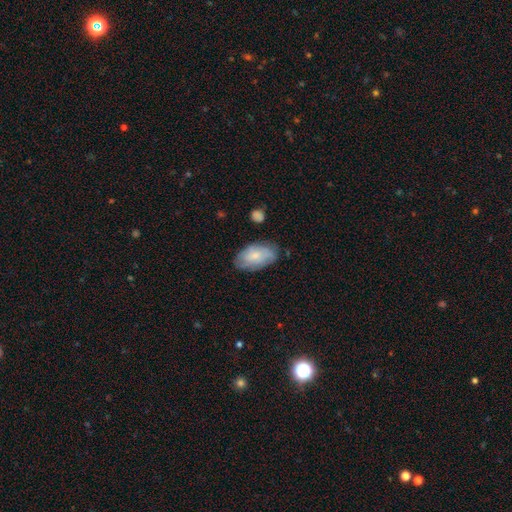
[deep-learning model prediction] This is likely a smooth galaxy (63%). How rounded: clearly in between (93%). Merging: likely none (72%).